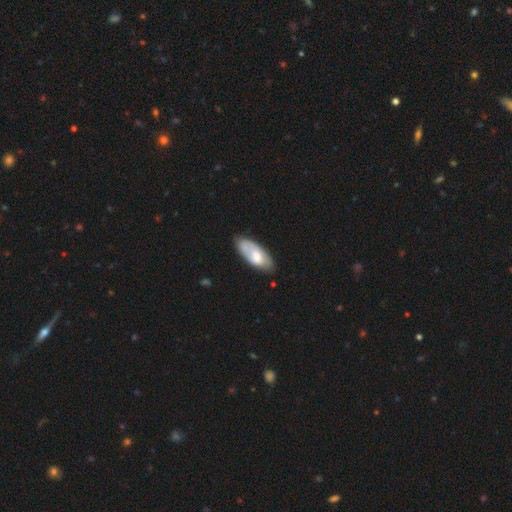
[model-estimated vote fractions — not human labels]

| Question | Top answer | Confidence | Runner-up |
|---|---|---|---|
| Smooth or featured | smooth | 65% | featured or disk (29%) |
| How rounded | in between | 83% | cigar-shaped (16%) |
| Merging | none | 66% | minor disturbance (25%) |